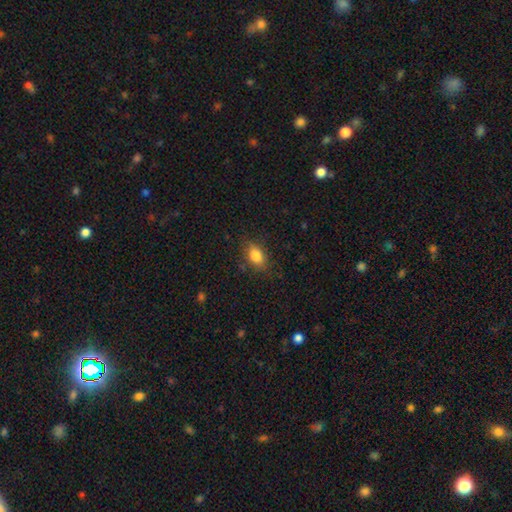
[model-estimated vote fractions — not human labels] Morphology: type=smooth (83%); roundness=in between (80%); merging=none (81%).